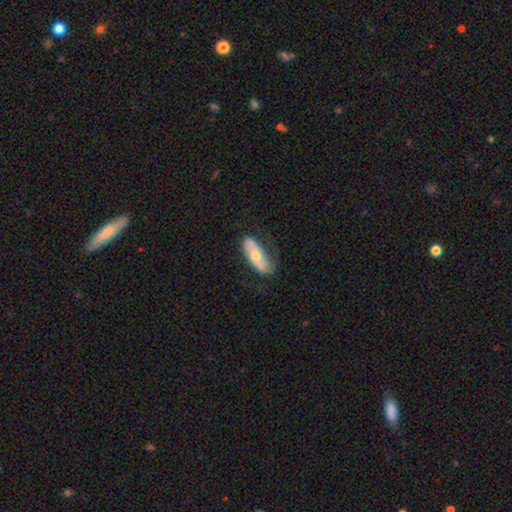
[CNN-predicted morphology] type=featured or disk (49%); merging=none (68%).